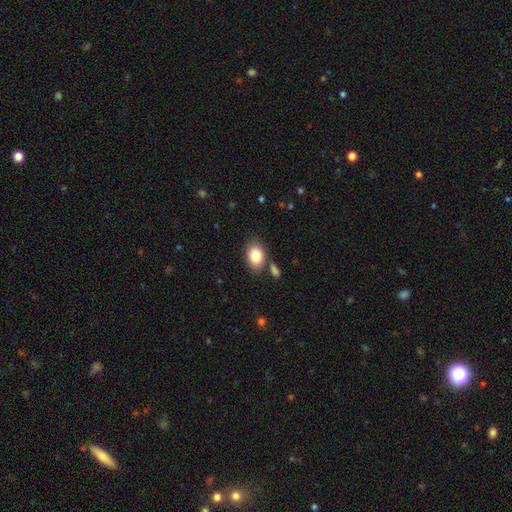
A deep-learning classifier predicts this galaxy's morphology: Smooth or featured? smooth (84%)
How rounded? in between (76%)
Merging? none (74%)